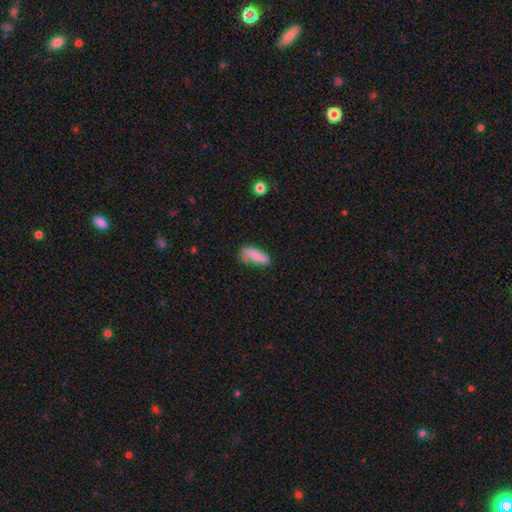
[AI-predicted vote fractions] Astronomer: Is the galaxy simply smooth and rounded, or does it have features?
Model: smooth — 82%.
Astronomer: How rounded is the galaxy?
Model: in between — 74%.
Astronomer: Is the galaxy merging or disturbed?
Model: none — 59%.